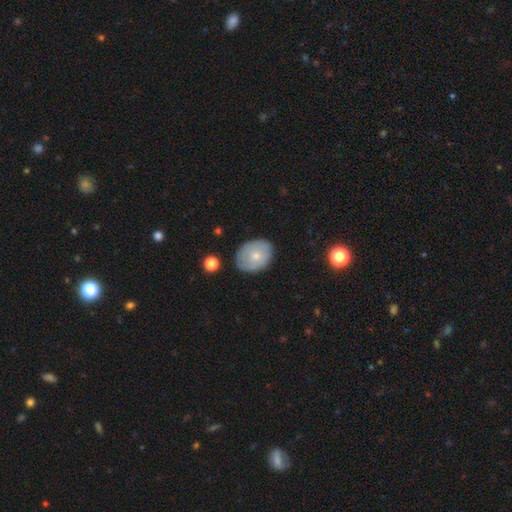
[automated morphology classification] A smooth galaxy with no disk features (59%) that is in between round and cigar-shaped (58%). Merging: none (76%).